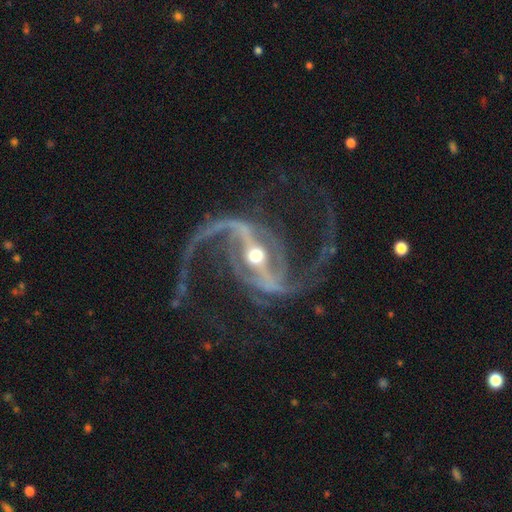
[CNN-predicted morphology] A featured or disk galaxy (92%) with a strong bar (71%), 2 (78%) loose (44%) spiral arms (95%) and a moderate central bulge (72%).

Vote fractions:
- Smooth or featured? featured or disk: 92% / star or artifact: 5% / smooth: 3%
- Edge-on disk? no: 95% / yes: 5%
- Bar? strong: 71% / weak: 17% / no: 12%
- Spiral arms? yes: 95% / no: 5%
- Spiral winding? loose: 44% / medium: 41% / tight: 15%
- Spiral arm count? 2: 78% / 3: 6% / can't tell: 5% / 1: 4% / 4: 4% / more than 4: 3%
- Bulge size? moderate: 72% / small: 18% / large: 8% / dominant: 2% / none: 1%
- Merging? none: 59% / major disturbance: 21% / minor disturbance: 16% / merger: 4%